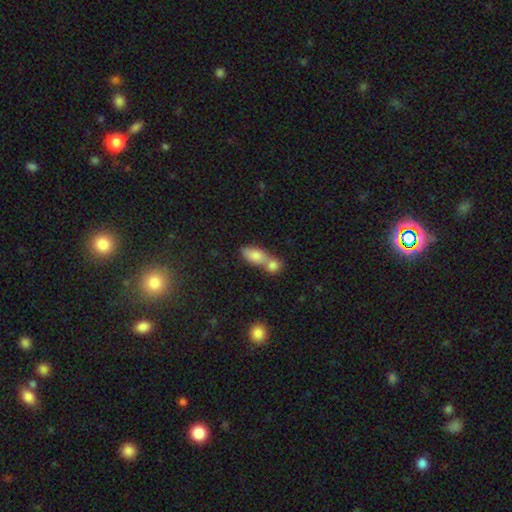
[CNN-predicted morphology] Smooth or featured? smooth (79%)
How rounded? in between (81%)
Merging? merger (61%)